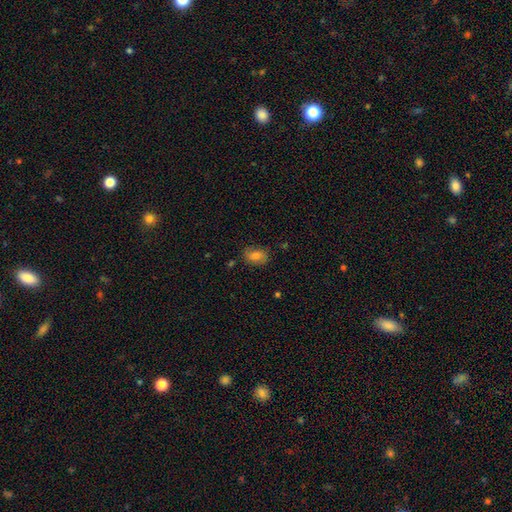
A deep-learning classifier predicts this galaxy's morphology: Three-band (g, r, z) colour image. It shows a smooth galaxy with no disk features (73%) that is in between round and cigar-shaped (73%). Merging: none (77%).